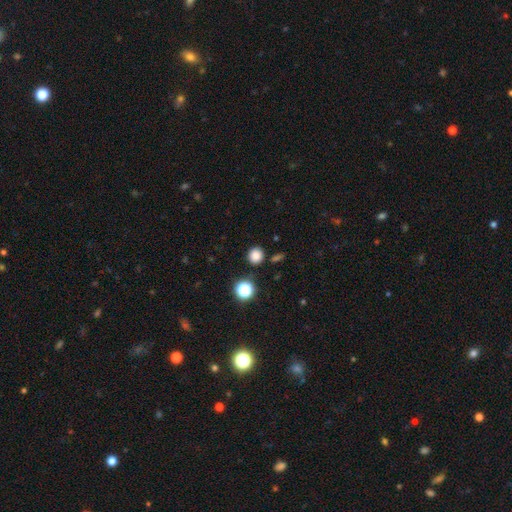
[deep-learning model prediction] Smooth or featured? smooth (82%)
How rounded? round (90%)
Merging? none (87%)